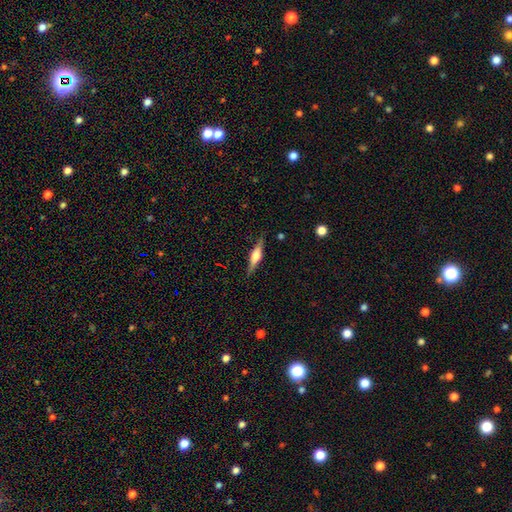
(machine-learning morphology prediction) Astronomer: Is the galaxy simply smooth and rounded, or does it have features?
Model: featured or disk — 63%.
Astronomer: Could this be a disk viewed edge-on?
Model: yes — 97%.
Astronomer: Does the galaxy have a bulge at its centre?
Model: rounded — 84%.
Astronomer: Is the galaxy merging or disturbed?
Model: none — 87%.